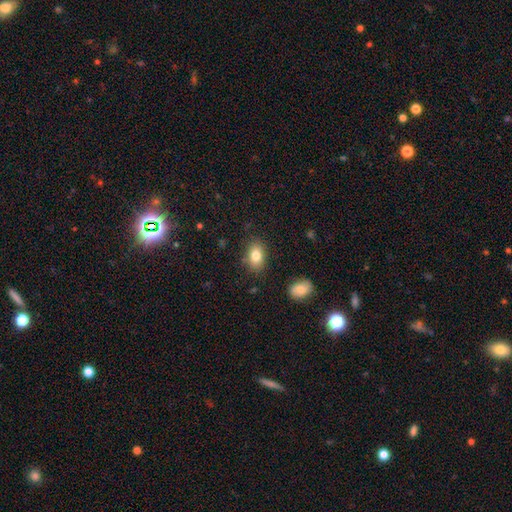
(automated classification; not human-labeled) The model was most divided on "smooth or featured": smooth: 81%, featured or disk: 10%, star or artifact: 8%. More confident: how rounded — in between (85%); merging — none (83%).